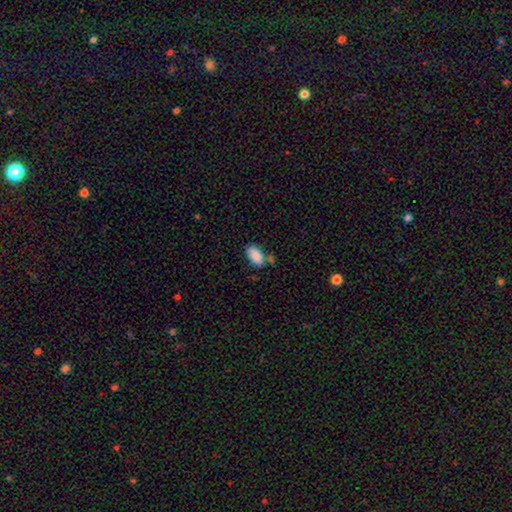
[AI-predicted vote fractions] Overall: smooth (88%). How rounded: in between (93%). Merging: none (64%).